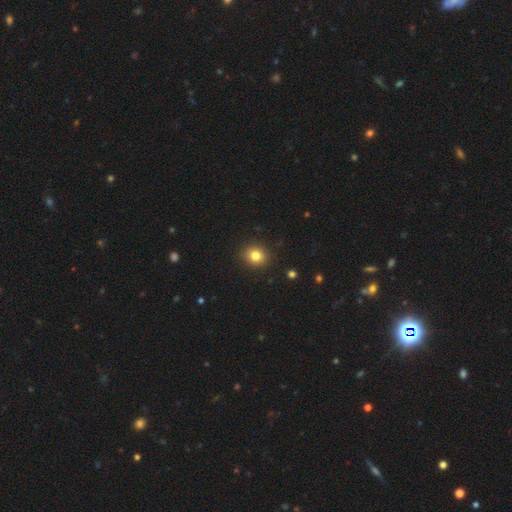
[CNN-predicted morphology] A smooth galaxy with no disk features (82%) that is round (81%).

Vote fractions:
- Smooth or featured? smooth: 82% / star or artifact: 12% / featured or disk: 6%
- How rounded? round: 81% / in between: 18% / cigar-shaped: 1%
- Merging? none: 90% / minor disturbance: 7% / major disturbance: 2% / merger: 1%